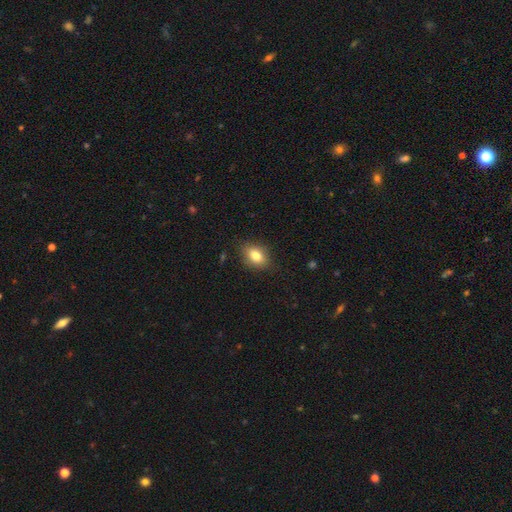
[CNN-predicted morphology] Smooth or featured? smooth (80%)
How rounded? in between (72%)
Merging? none (84%)